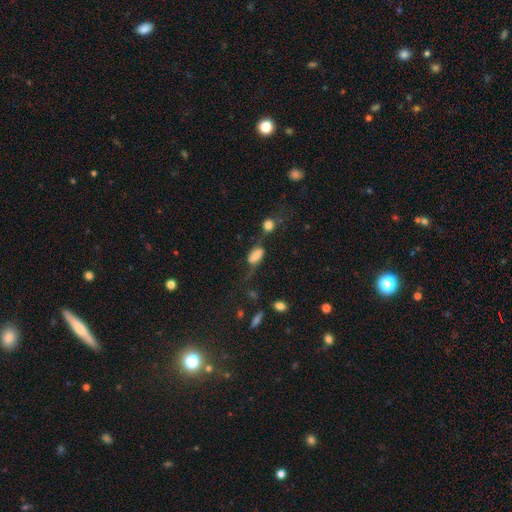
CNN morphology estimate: Smooth or featured? smooth (66%)
How rounded? in between (85%)
Merging? none (33%)